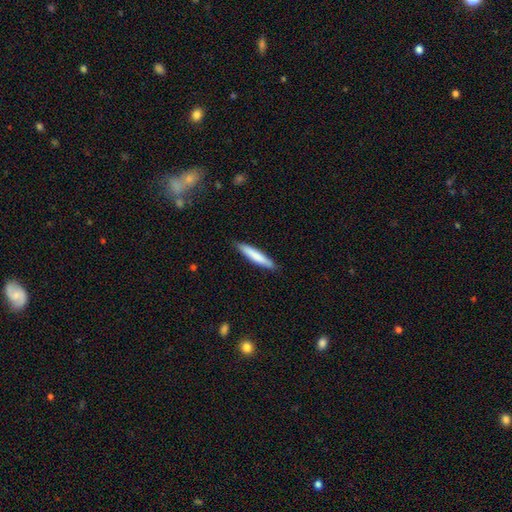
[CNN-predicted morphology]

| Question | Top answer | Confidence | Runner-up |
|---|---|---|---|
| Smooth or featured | smooth | 78% | featured or disk (17%) |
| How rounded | cigar-shaped | 90% | in between (9%) |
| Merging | none | 86% | minor disturbance (11%) |